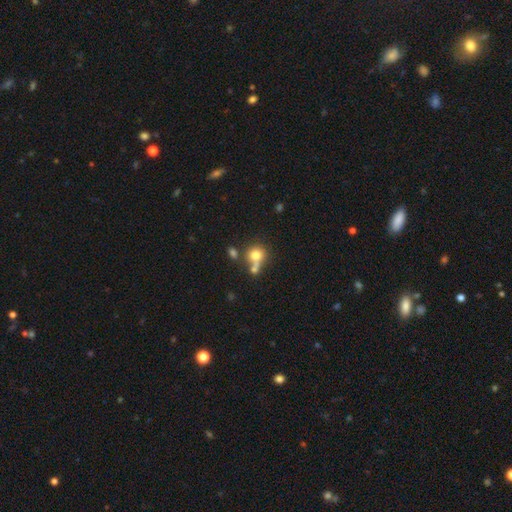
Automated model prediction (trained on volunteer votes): A smooth galaxy with no disk features (75%) that is round (82%). Merging: none (44%).